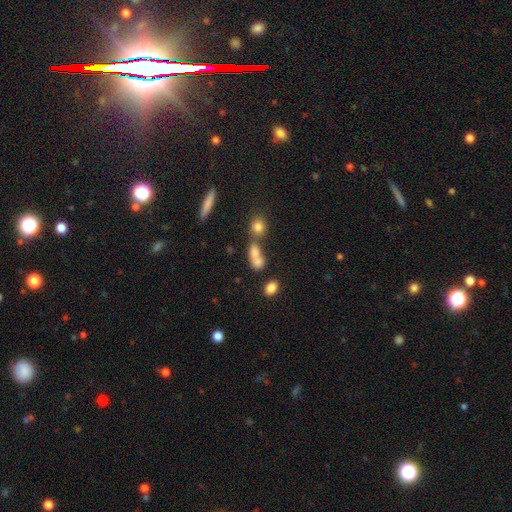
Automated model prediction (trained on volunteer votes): Smooth or featured? smooth (73%)
How rounded? in between (60%)
Merging? merger (55%)